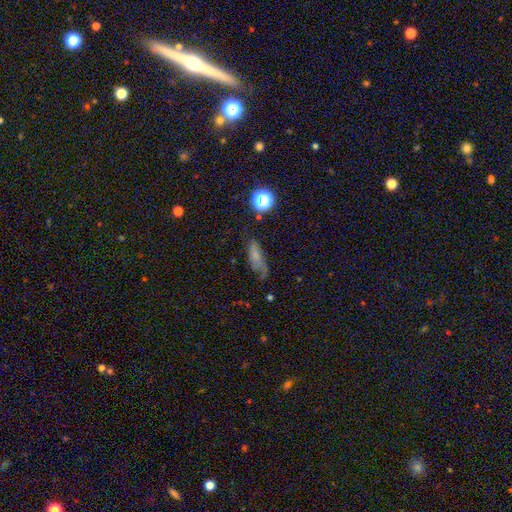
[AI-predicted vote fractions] Smooth or featured: smooth — 56% (featured or disk — 28%)
How rounded: in between — 64% (cigar-shaped — 29%)
Merging: none — 48% (minor disturbance — 30%)